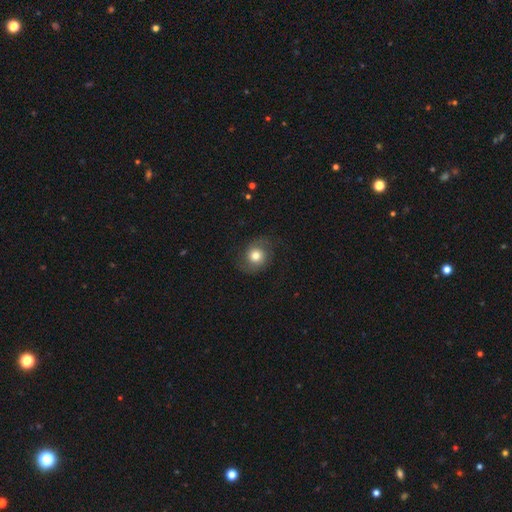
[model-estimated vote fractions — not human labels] Overall: smooth (51%; featured or disk 39%). How rounded: round (72%). Merging: none (74%).